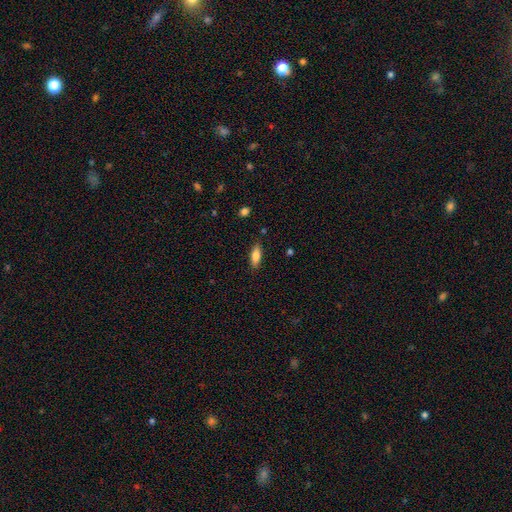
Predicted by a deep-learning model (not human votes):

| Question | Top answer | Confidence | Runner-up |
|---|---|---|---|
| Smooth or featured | smooth | 79% | featured or disk (15%) |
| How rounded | in between | 69% | cigar-shaped (29%) |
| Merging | none | 86% | minor disturbance (11%) |